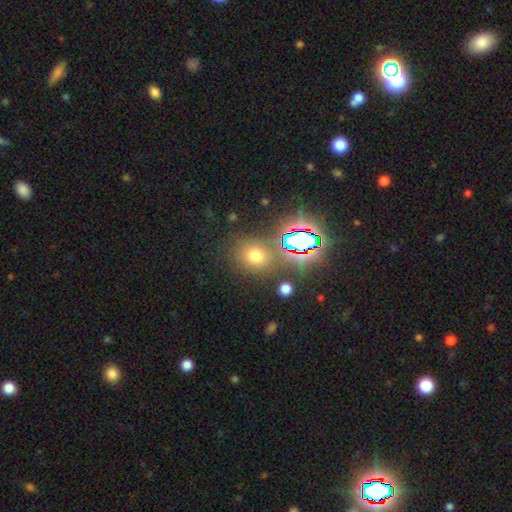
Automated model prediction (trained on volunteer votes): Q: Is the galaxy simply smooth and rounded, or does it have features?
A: smooth — 61%.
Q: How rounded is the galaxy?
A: round — 62%.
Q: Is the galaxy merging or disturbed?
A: none — 76%.